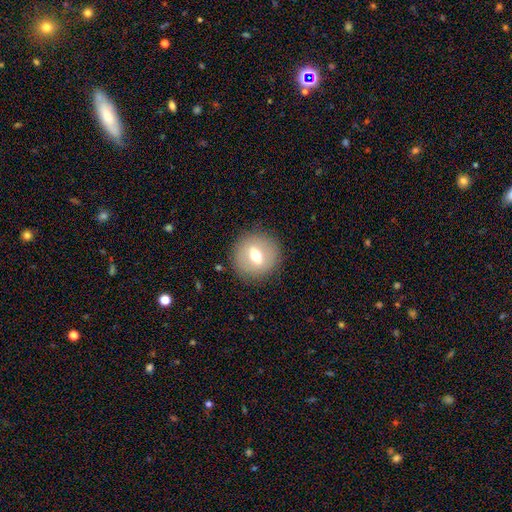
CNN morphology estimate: Smooth or featured? smooth (53%)
How rounded? round (87%)
Merging? none (87%)